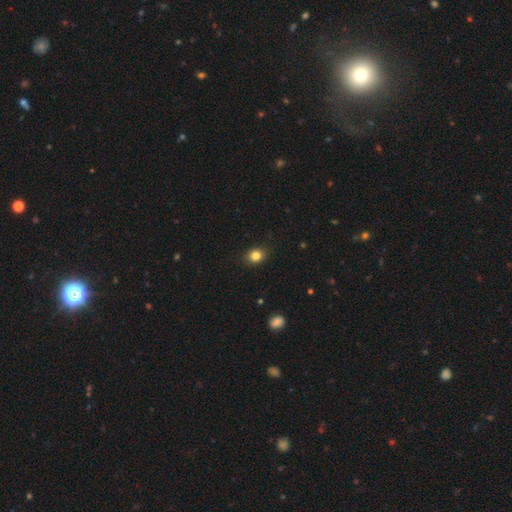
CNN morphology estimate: smooth-or-featured: smooth: 83% | star or artifact: 12% | featured or disk: 5%
  how-rounded: round: 67% | in between: 32% | cigar-shaped: 1%
  merging: none: 87% | minor disturbance: 10% | major disturbance: 2% | merger: 1%